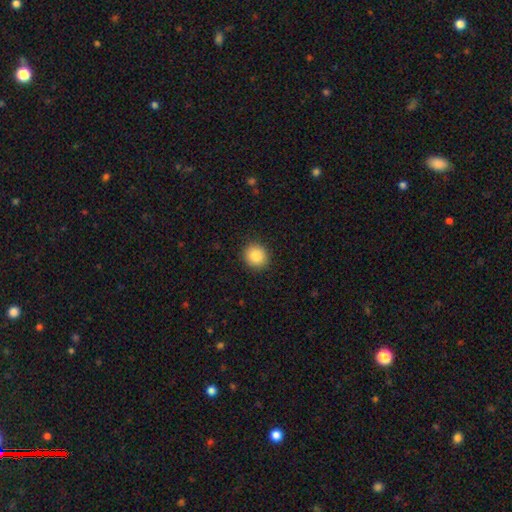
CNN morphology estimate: Overall: smooth (86%). How rounded: round (84%). Merging: none (91%).